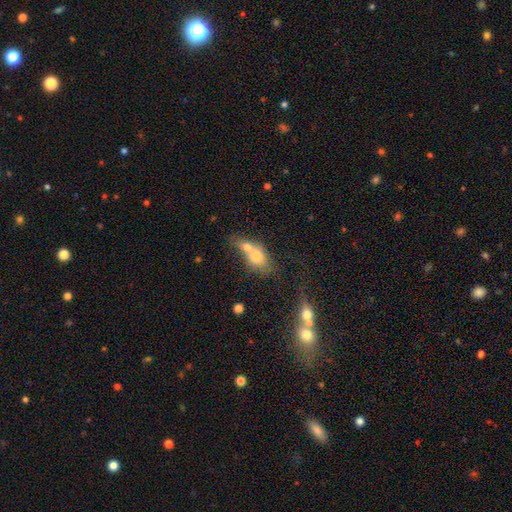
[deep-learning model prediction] Smooth or featured: smooth — 68% (featured or disk — 23%)
How rounded: in between — 69% (round — 24%)
Merging: merger — 67% (none — 18%)